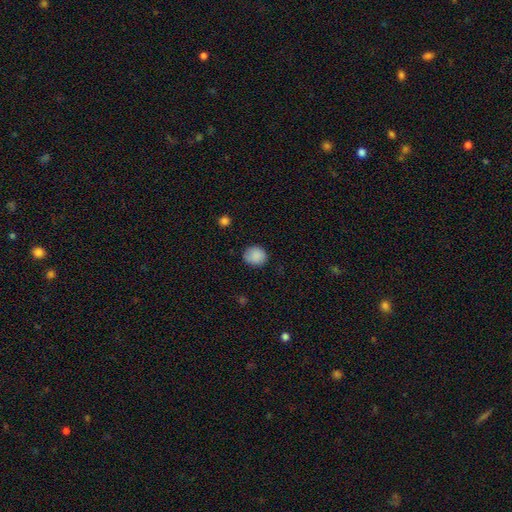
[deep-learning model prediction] smooth-or-featured: smooth: 88% | star or artifact: 9% | featured or disk: 4%
  how-rounded: round: 80% | in between: 19% | cigar-shaped: 1%
  merging: none: 82% | minor disturbance: 14% | major disturbance: 3% | merger: 1%